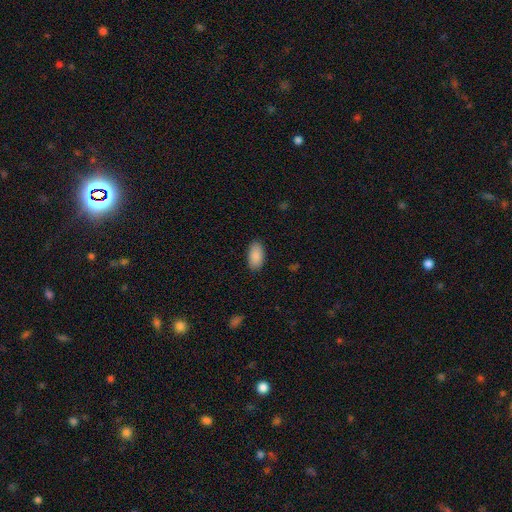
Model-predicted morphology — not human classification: Smooth or featured? Predicted: smooth (p=0.90). How rounded? Predicted: in between (p=0.95). Merging? Predicted: none (p=0.87).